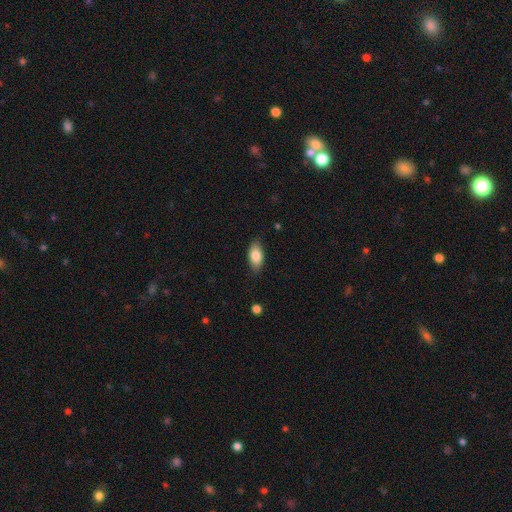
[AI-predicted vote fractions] This appears to be a smooth galaxy with no disk features (82%) that is in between round and cigar-shaped (90%). Merging: none (83%).